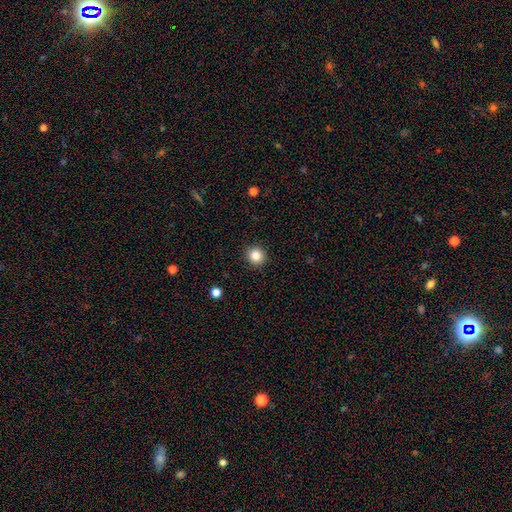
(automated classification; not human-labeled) This appears to be a smooth galaxy with no disk features (84%) that is round (91%). Merging: none (92%).